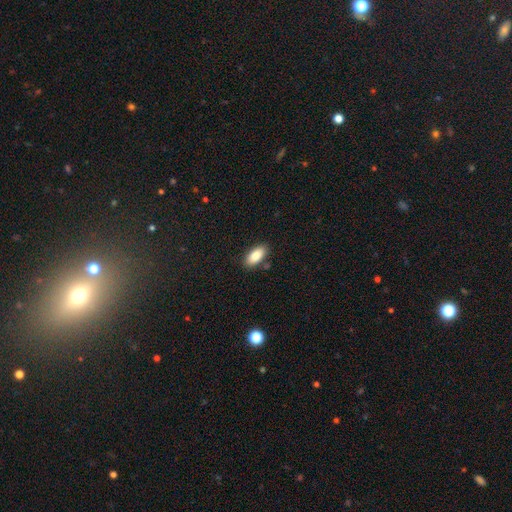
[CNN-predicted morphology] Smooth or featured?
  - smooth: 85% *
  - featured or disk: 8%
  - star or artifact: 7%
How rounded?
  - in between: 90% *
  - cigar-shaped: 8%
  - round: 2%
Merging?
  - none: 85% *
  - minor disturbance: 10%
  - merger: 3%
  - major disturbance: 2%